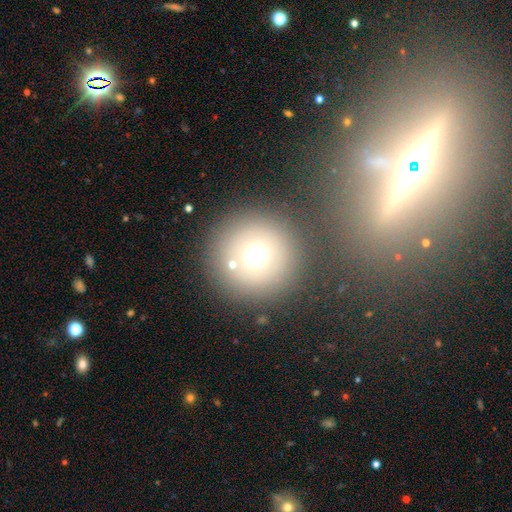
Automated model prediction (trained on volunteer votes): Smooth or featured?
  - smooth: 67% *
  - star or artifact: 20%
  - featured or disk: 13%
How rounded?
  - round: 95% *
  - in between: 4%
  - cigar-shaped: 1%
Merging?
  - none: 77% *
  - merger: 10%
  - minor disturbance: 7%
  - major disturbance: 5%